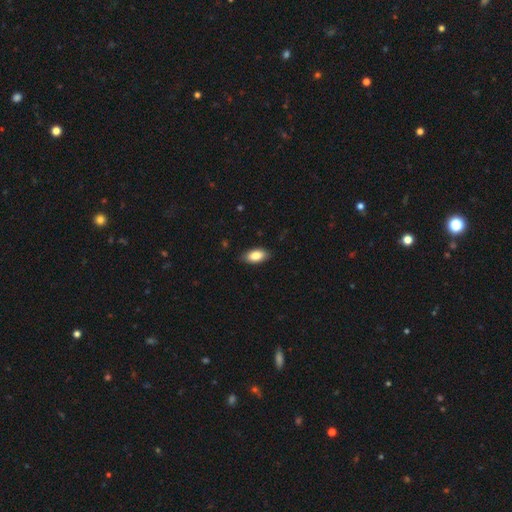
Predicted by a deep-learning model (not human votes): Morphology: type=smooth (86%); roundness=in between (92%); merging=none (85%).